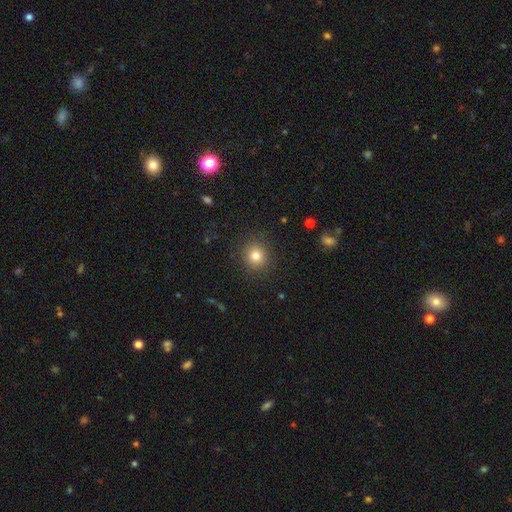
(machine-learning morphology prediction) The model was most divided on "smooth or featured": smooth: 81%, star or artifact: 12%, featured or disk: 7%. More confident: merging — none (90%); how rounded — round (88%).